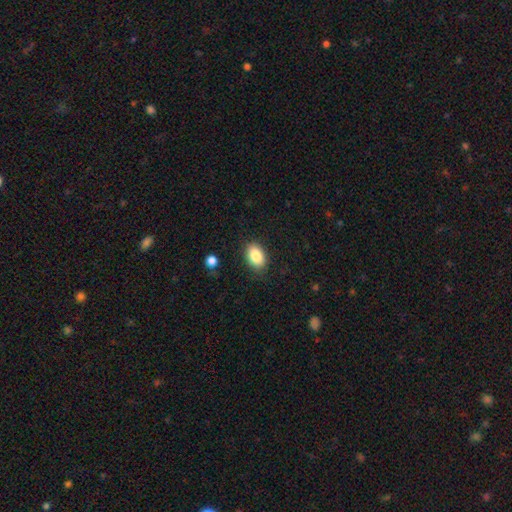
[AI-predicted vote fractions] Overall: smooth (86%). How rounded: in between (87%). Merging: none (84%).